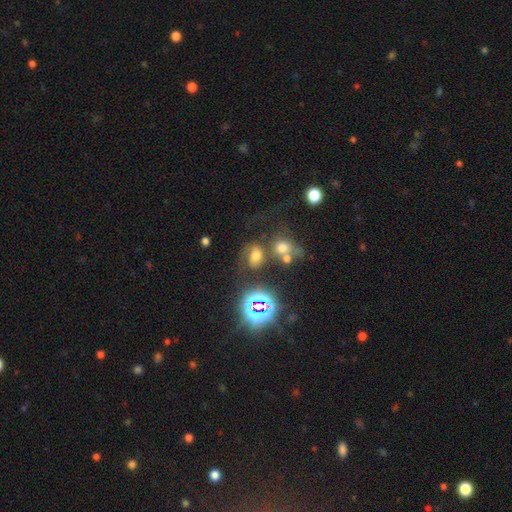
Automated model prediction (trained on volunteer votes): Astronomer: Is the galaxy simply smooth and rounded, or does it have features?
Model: smooth — 48% (runner-up: star or artifact, 28%).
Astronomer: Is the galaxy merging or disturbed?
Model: none — 40% (runner-up: merger, 23%).